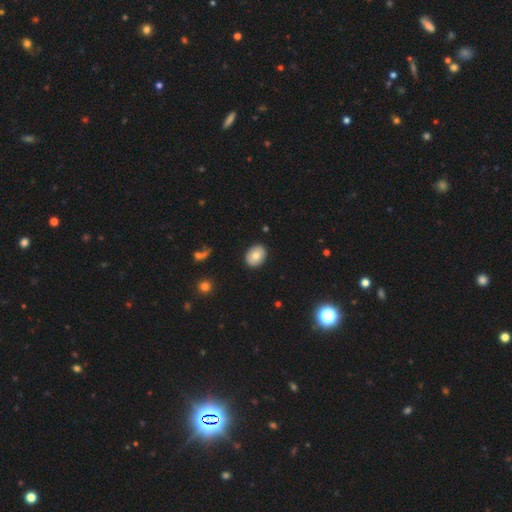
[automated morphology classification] smooth 75%, featured or disk 17%, star or artifact 8%. Down the decision tree: how rounded — in between (62%); merging — none (89%).